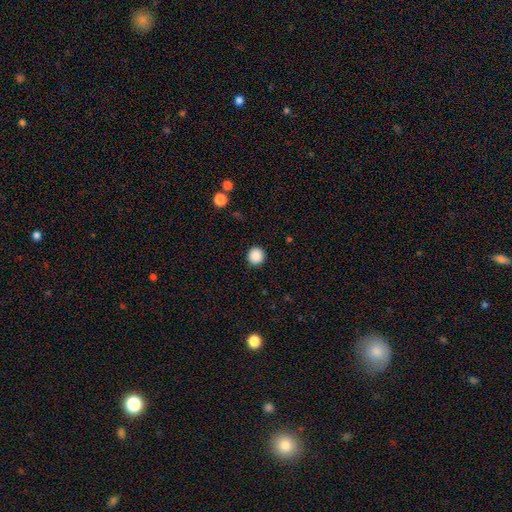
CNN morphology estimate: Smooth or featured? smooth (88%)
How rounded? round (94%)
Merging? none (92%)